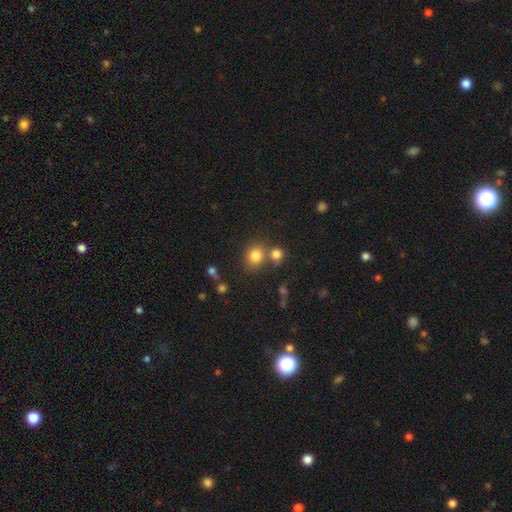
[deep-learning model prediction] Smooth or featured?
  - smooth: 80% *
  - star or artifact: 13%
  - featured or disk: 7%
How rounded?
  - round: 73% *
  - in between: 26%
  - cigar-shaped: 1%
Merging?
  - none: 62% *
  - merger: 24%
  - minor disturbance: 10%
  - major disturbance: 4%